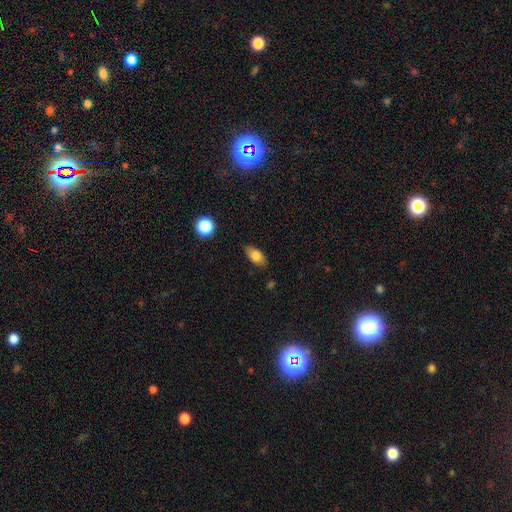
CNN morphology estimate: Smooth or featured? Predicted: smooth (p=0.78). How rounded? Predicted: in between (p=0.87). Merging? Predicted: none (p=0.82).